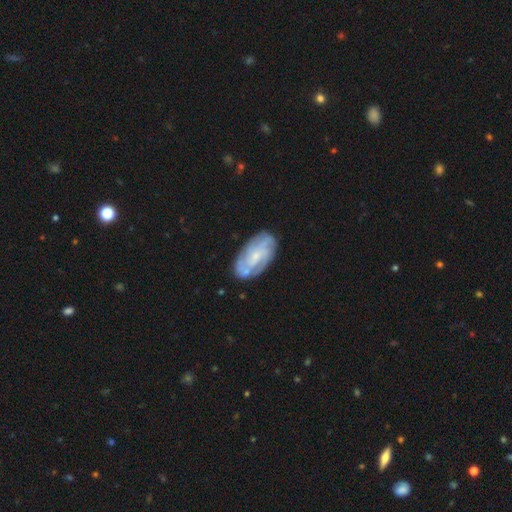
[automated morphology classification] type=featured or disk (69%); edge-on=no (95%); bar=no (63%); spiral arms=yes (85%); winding=tight (49%); arm count=can't tell (41%); bulge=small (65%); merging=none (75%).